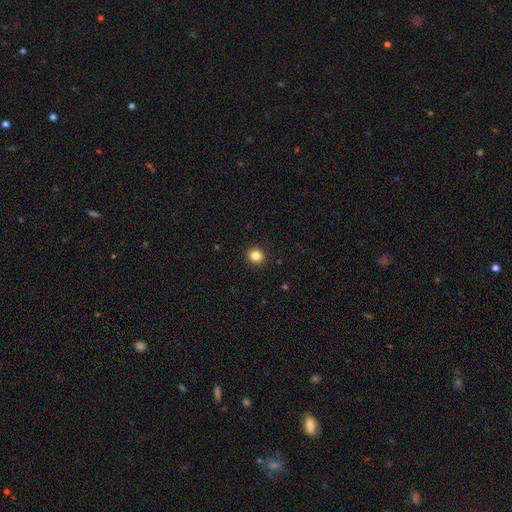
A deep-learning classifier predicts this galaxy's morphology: A smooth galaxy with no disk features (84%) that is round (89%). Merging: none (93%).